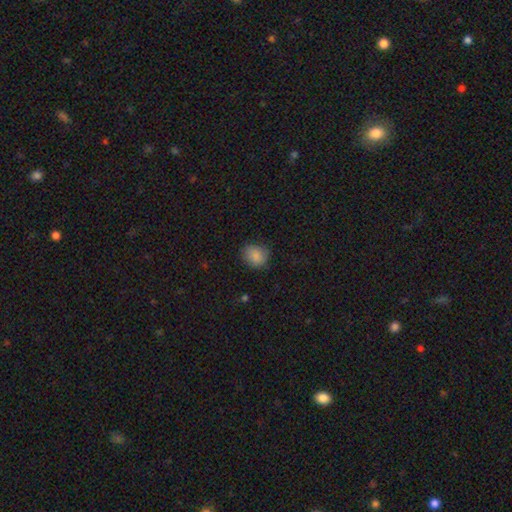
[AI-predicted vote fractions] Smooth or featured: smooth — 85% (star or artifact — 9%)
How rounded: round — 73% (in between — 26%)
Merging: none — 78% (minor disturbance — 17%)